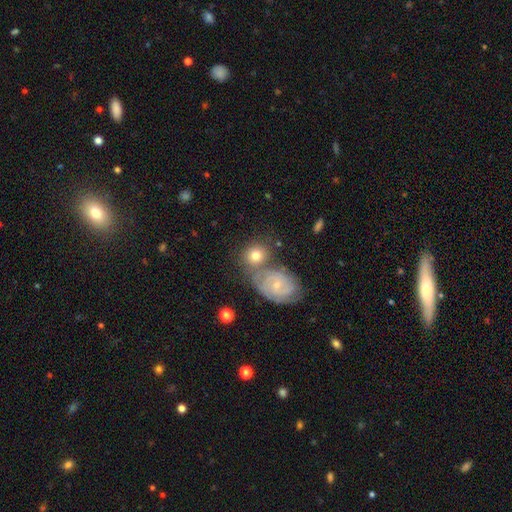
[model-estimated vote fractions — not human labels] Q: Smooth or featured?
A: smooth (60%); runner-up: featured or disk (31%)
Q: How rounded?
A: round (75%); runner-up: in between (24%)
Q: Merging?
A: none (54%); runner-up: merger (28%)